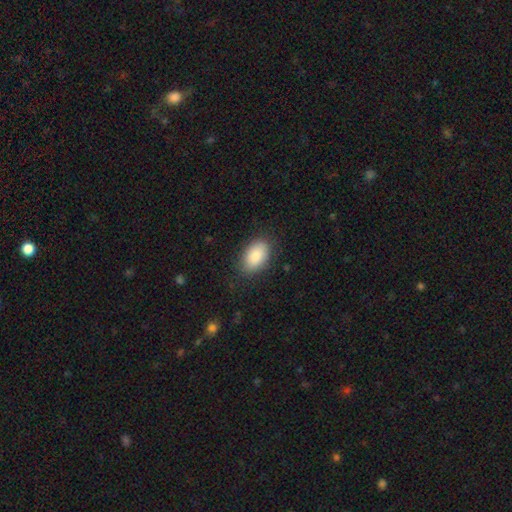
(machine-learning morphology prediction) Smooth or featured? Predicted: smooth (p=0.87). How rounded? Predicted: in between (p=0.91). Merging? Predicted: none (p=0.83).